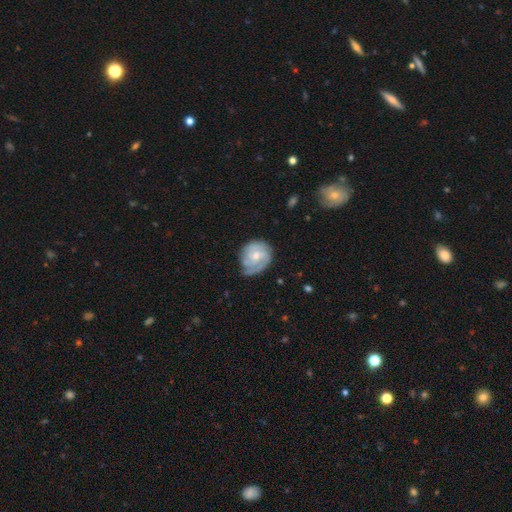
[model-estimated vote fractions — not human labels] Q: Smooth or featured?
A: featured or disk (73%); runner-up: smooth (22%)
Q: Edge-on disk?
A: no (98%); runner-up: yes (2%)
Q: Bar?
A: no (65%); runner-up: weak (31%)
Q: Spiral arms?
A: yes (91%); runner-up: no (9%)
Q: Spiral winding?
A: tight (58%); runner-up: medium (32%)
Q: Spiral arm count?
A: 2 (30%); runner-up: can't tell (27%)
Q: Bulge size?
A: moderate (49%); runner-up: small (46%)
Q: Merging?
A: none (63%); runner-up: minor disturbance (26%)